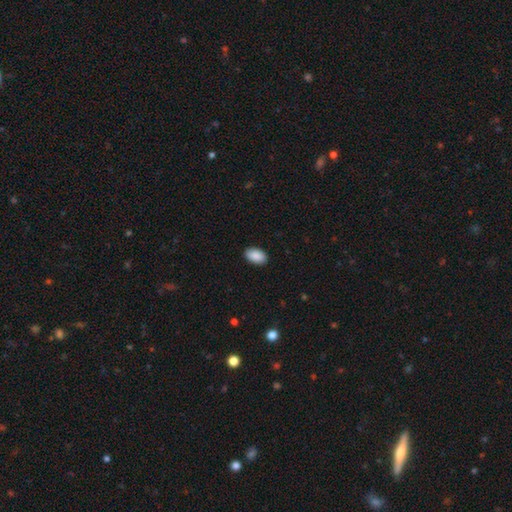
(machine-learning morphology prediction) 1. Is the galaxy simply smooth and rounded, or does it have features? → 91% smooth, 6% star or artifact, 3% featured or disk.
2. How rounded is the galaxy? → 94% in between, 5% round, 1% cigar-shaped.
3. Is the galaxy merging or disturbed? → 90% none, 7% minor disturbance, 2% major disturbance, 1% merger.